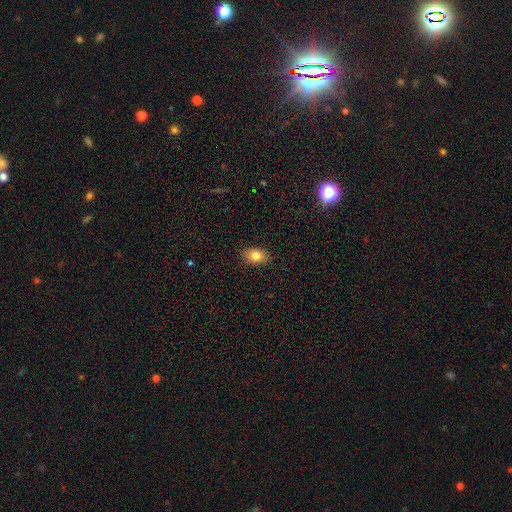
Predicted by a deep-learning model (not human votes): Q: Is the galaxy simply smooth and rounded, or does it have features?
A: smooth — 80%.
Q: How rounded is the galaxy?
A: in between — 84%.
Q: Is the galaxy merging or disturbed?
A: none — 88%.